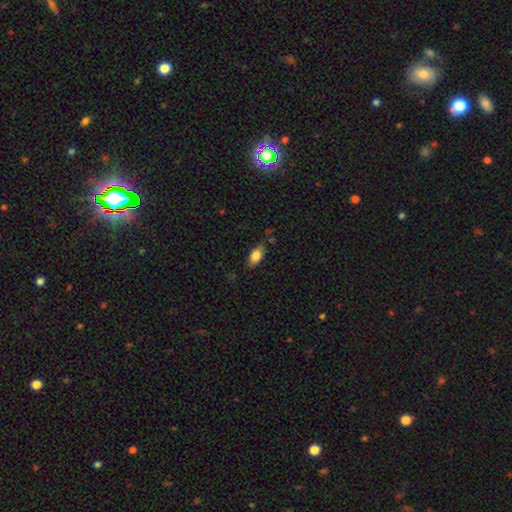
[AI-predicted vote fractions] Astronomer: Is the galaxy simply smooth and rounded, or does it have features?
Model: smooth — 83%.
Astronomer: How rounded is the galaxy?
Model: in between — 88%.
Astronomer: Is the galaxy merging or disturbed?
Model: none — 78%.